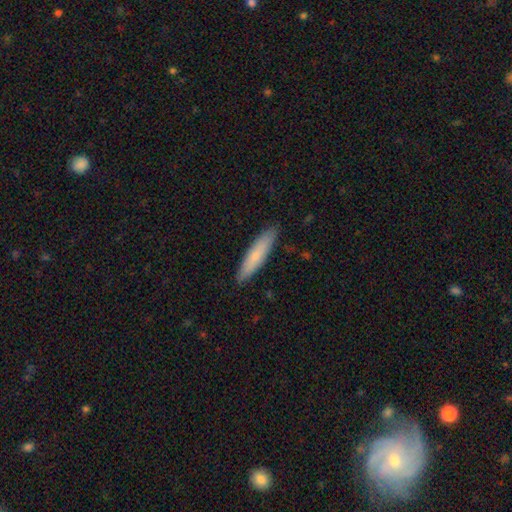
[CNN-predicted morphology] Smooth or featured: smooth — 75% (featured or disk — 20%)
How rounded: cigar-shaped — 84% (in between — 15%)
Merging: none — 89% (minor disturbance — 9%)